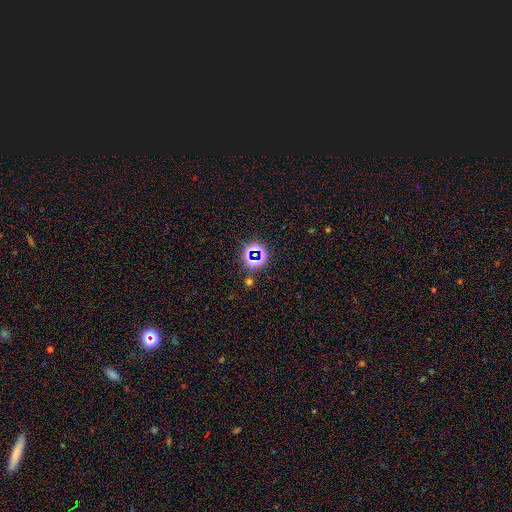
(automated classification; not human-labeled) A star or artifact, not a galaxy (68%).